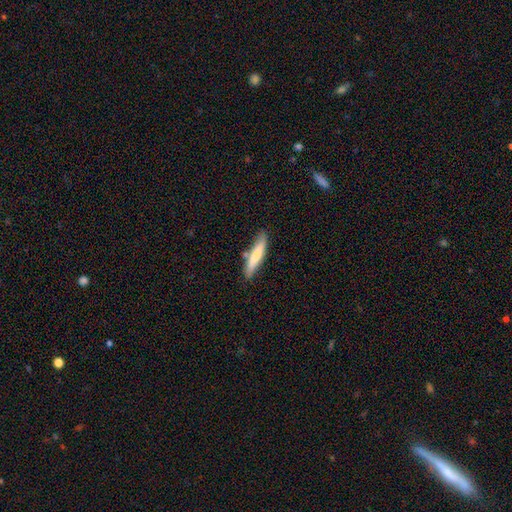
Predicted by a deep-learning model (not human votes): smooth 74%, featured or disk 20%, star or artifact 5%. Down the decision tree: how rounded — cigar-shaped (86%); merging — none (76%).